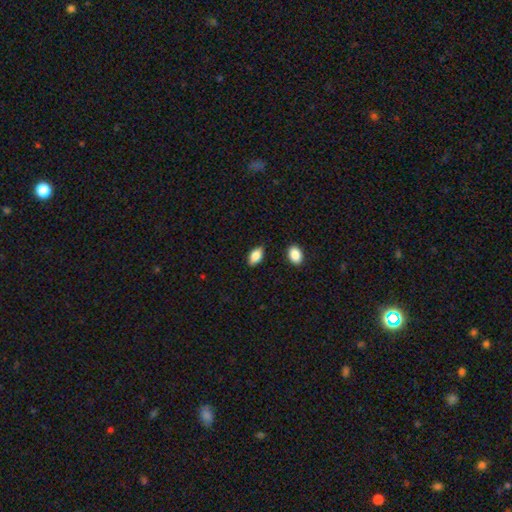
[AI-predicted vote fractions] A smooth galaxy with no disk features (84%) that is in between round and cigar-shaped (91%). Merging: none (81%).